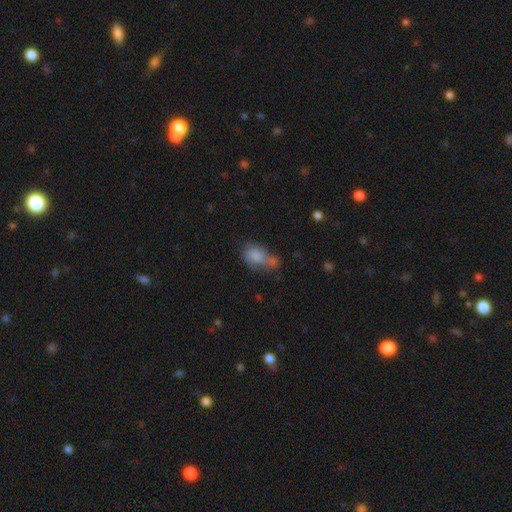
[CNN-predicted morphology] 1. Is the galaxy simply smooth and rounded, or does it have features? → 76% smooth, 14% featured or disk, 10% star or artifact.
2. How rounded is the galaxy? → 79% in between, 18% round, 3% cigar-shaped.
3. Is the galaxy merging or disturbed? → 39% merger, 27% none, 19% minor disturbance, 14% major disturbance.